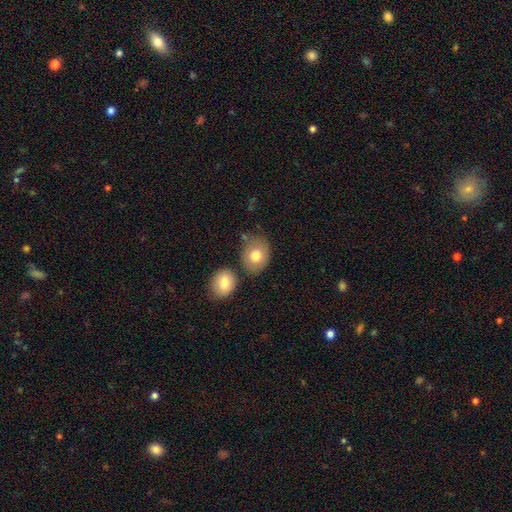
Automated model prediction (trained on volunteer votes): A smooth galaxy with no disk features (77%) that is round (57%). Merging: none (65%).